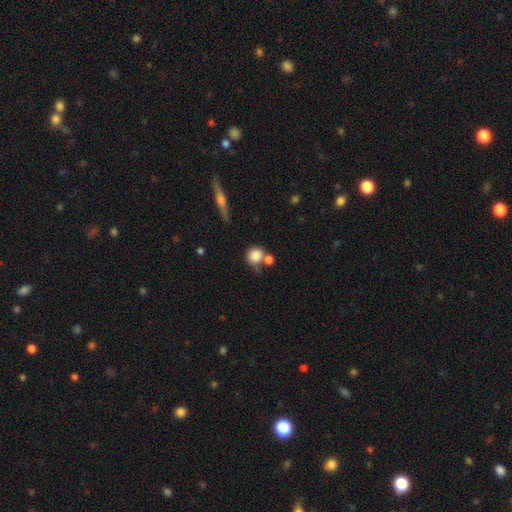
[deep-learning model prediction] Smooth or featured? smooth (84%)
How rounded? round (82%)
Merging? none (49%)